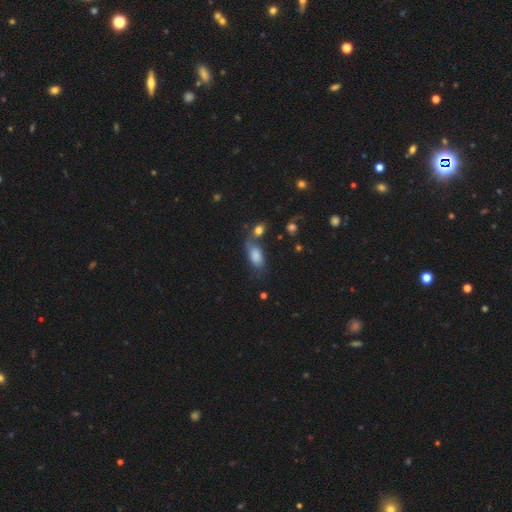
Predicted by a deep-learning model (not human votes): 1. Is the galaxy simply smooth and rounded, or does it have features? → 79% smooth, 12% featured or disk, 9% star or artifact.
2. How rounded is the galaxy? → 89% in between, 7% cigar-shaped, 5% round.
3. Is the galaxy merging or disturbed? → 41% none, 26% merger, 22% minor disturbance, 11% major disturbance.